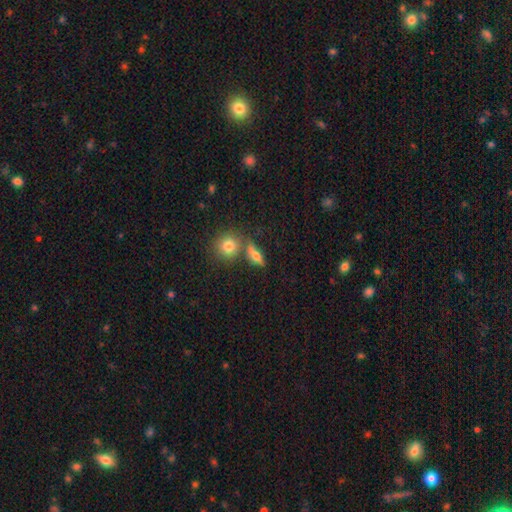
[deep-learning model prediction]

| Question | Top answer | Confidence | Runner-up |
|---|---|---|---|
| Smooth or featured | smooth | 60% | featured or disk (30%) |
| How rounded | in between | 54% | cigar-shaped (27%) |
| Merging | none | 66% | merger (18%) |